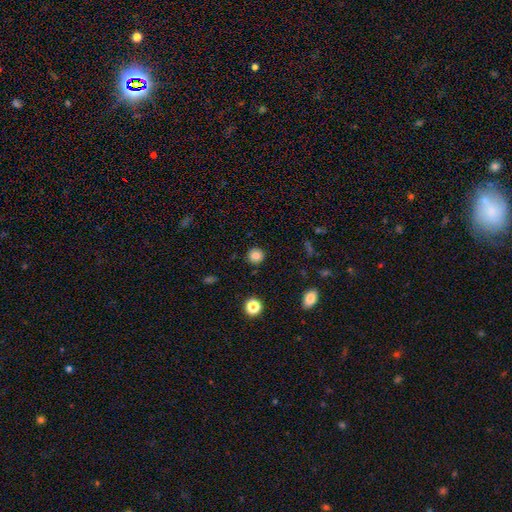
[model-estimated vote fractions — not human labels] Overall: smooth (83%). How rounded: round (89%). Merging: none (89%).